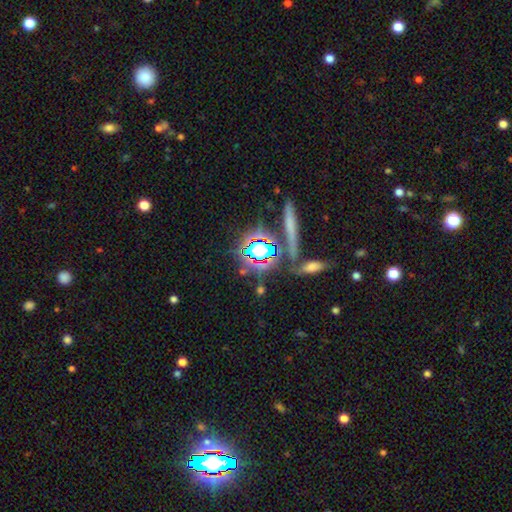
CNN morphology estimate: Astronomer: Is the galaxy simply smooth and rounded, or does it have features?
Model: star or artifact — 50% (runner-up: smooth, 34%).